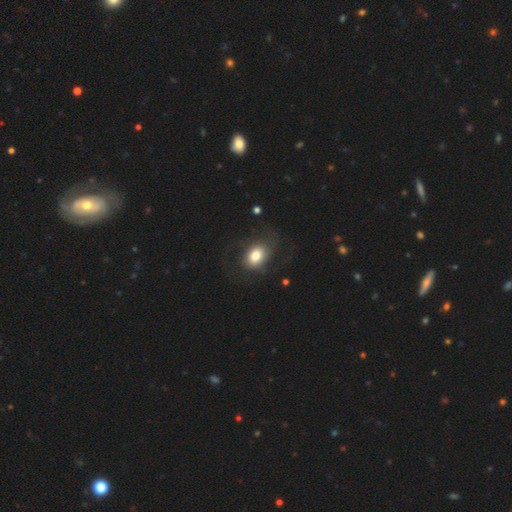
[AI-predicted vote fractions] smooth_or_featured: smooth (p=0.68) [alt: featured or disk p=0.24]
how_rounded: in between (p=0.68) [alt: round p=0.31]
merging: none (p=0.58) [alt: major disturbance p=0.22]